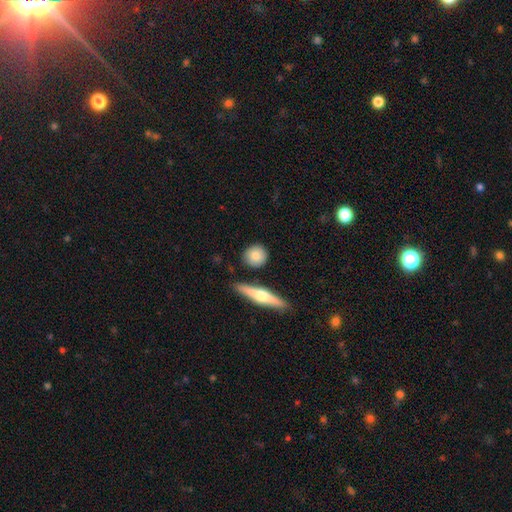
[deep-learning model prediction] A smooth galaxy with no disk features (79%) that is round (83%). Merging: none (85%).